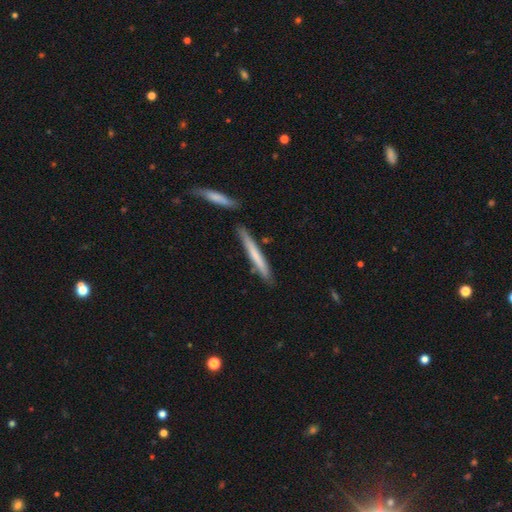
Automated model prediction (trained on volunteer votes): smooth 60%, featured or disk 34%, star or artifact 5%. Down the decision tree: how rounded — cigar-shaped (96%); merging — none (80%).